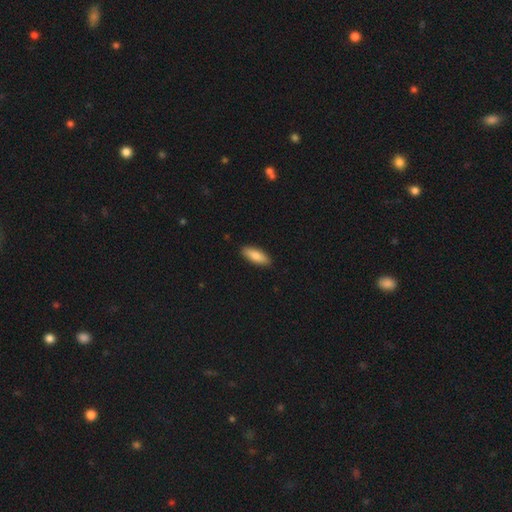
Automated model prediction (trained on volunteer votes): This is clearly a smooth galaxy (81%). How rounded: likely in between (62%). Merging: clearly none (89%).